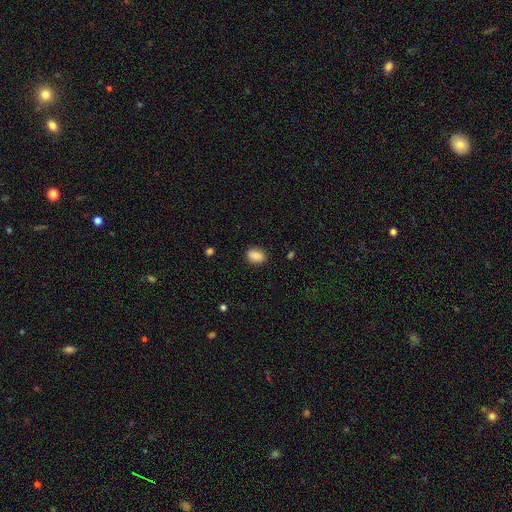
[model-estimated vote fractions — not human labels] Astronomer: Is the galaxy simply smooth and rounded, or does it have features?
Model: smooth — 85%.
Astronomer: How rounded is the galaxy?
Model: in between — 72%.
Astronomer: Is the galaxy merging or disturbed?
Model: none — 84%.